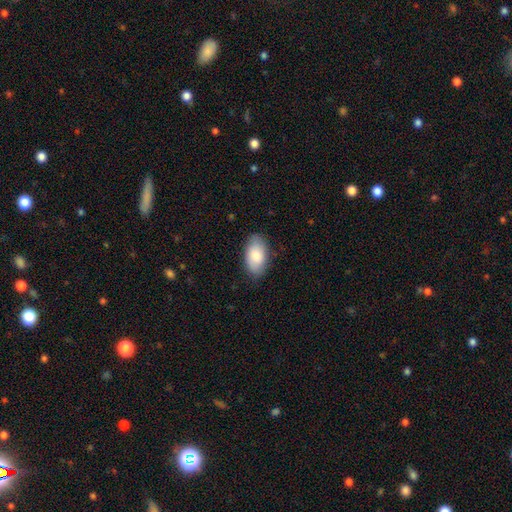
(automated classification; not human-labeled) Smooth or featured? Predicted: smooth (p=0.79). How rounded? Predicted: in between (p=0.94). Merging? Predicted: none (p=0.84).